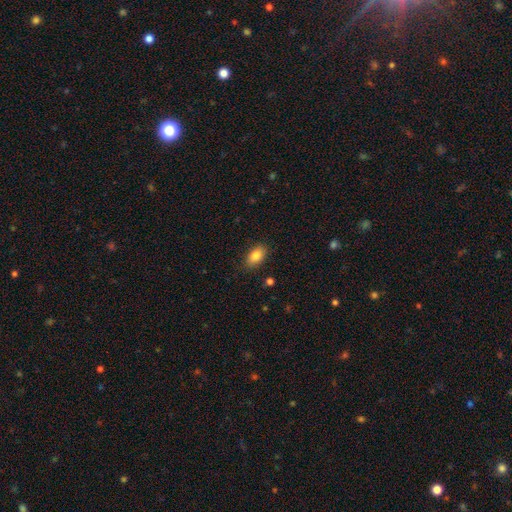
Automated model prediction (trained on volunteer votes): This appears to be a smooth galaxy with no disk features (84%) that is in between round and cigar-shaped (90%). Merging: none (86%).